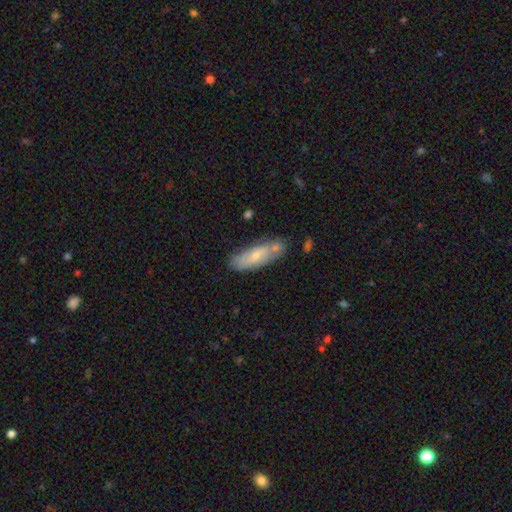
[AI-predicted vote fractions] The model was most divided on "how rounded": in between: 57%, cigar-shaped: 40%, round: 2%. More confident: smooth or featured — smooth (60%); merging — none (60%).